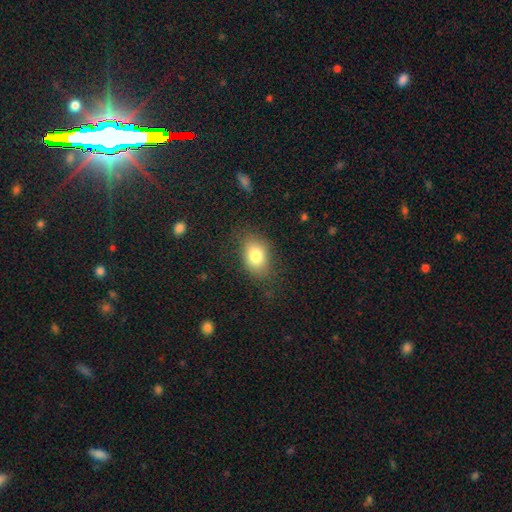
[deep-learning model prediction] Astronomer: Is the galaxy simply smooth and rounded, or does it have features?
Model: smooth — 80%.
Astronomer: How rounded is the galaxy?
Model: in between — 78%.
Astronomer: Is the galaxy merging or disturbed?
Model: none — 78%.